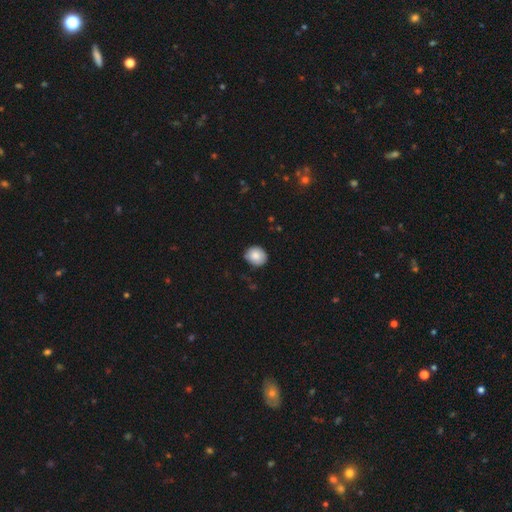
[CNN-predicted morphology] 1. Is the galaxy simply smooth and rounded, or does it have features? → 86% smooth, 8% star or artifact, 6% featured or disk.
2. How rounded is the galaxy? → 75% round, 24% in between, 1% cigar-shaped.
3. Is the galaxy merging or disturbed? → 83% none, 14% minor disturbance, 2% major disturbance, 1% merger.